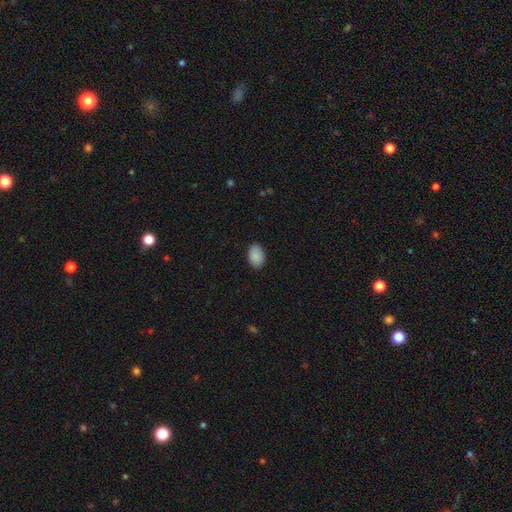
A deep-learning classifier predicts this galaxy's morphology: Smooth or featured?
  - smooth: 90% *
  - star or artifact: 7%
  - featured or disk: 3%
How rounded?
  - in between: 86% *
  - round: 13%
  - cigar-shaped: 1%
Merging?
  - none: 89% *
  - minor disturbance: 9%
  - major disturbance: 2%
  - merger: 1%